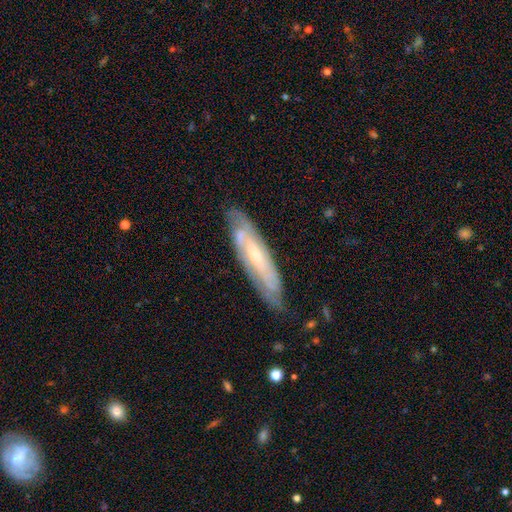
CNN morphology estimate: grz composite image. It shows a featured or disk galaxy (70%). Merging: none (74%).